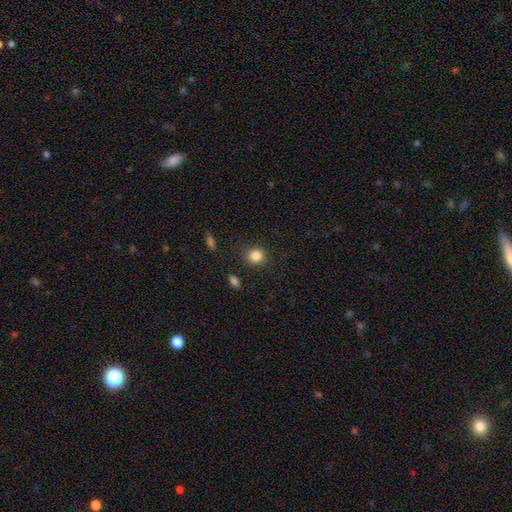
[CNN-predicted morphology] Smooth or featured: smooth — 85% (star or artifact — 11%)
How rounded: round — 85% (in between — 14%)
Merging: none — 87% (minor disturbance — 8%)